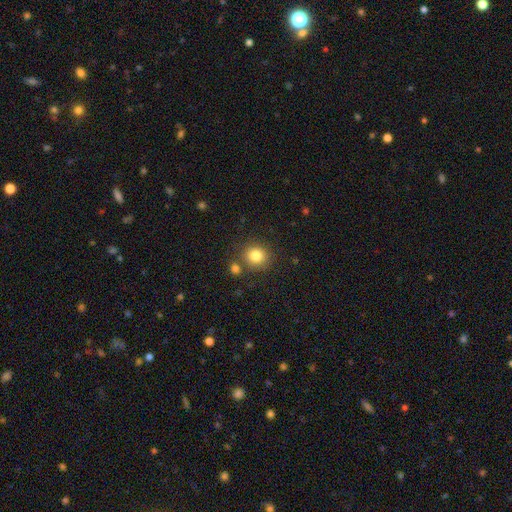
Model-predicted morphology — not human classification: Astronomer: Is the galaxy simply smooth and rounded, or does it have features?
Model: smooth — 83%.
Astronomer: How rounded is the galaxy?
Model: round — 84%.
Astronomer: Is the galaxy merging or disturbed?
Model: none — 78%.